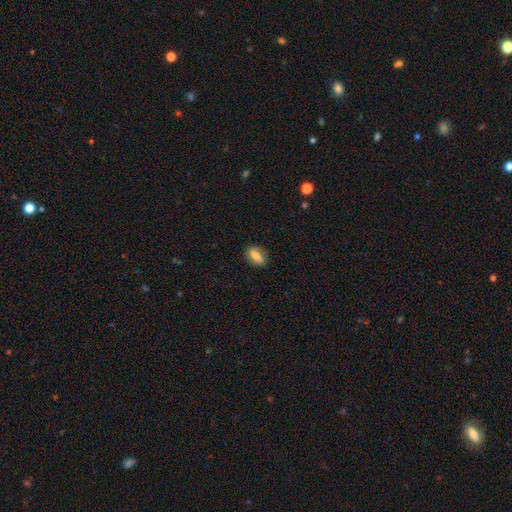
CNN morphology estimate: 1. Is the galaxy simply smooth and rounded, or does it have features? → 63% smooth, 29% featured or disk, 8% star or artifact.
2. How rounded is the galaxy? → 77% in between, 12% cigar-shaped, 11% round.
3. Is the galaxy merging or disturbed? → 84% none, 12% minor disturbance, 3% major disturbance, 1% merger.